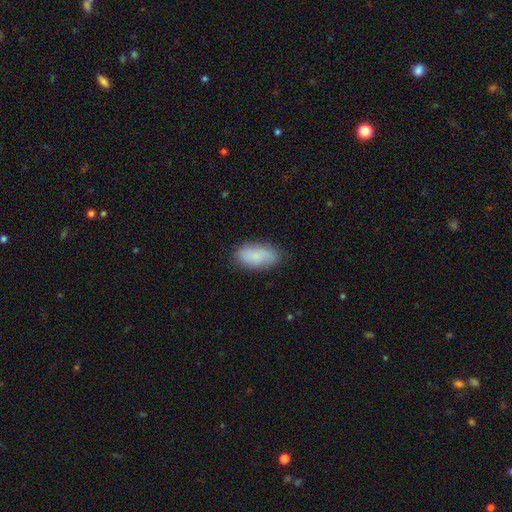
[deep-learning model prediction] This is likely a smooth galaxy (74%). How rounded: clearly in between (91%). Merging: likely none (79%).